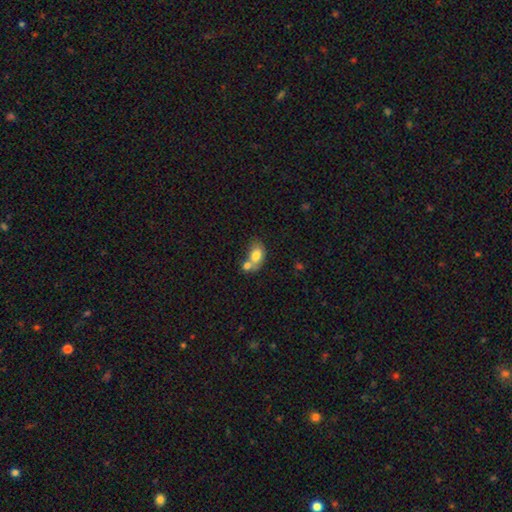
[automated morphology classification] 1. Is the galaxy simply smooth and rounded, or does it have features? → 75% smooth, 17% featured or disk, 8% star or artifact.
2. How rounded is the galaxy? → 79% in between, 19% round, 2% cigar-shaped.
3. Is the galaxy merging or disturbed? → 58% merger, 26% none, 11% minor disturbance, 5% major disturbance.